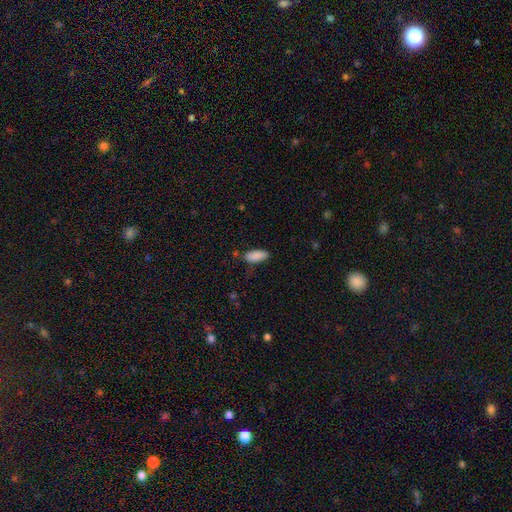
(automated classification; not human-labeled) Smooth or featured: smooth — 88% (star or artifact — 7%)
How rounded: in between — 78% (cigar-shaped — 20%)
Merging: none — 72% (minor disturbance — 20%)